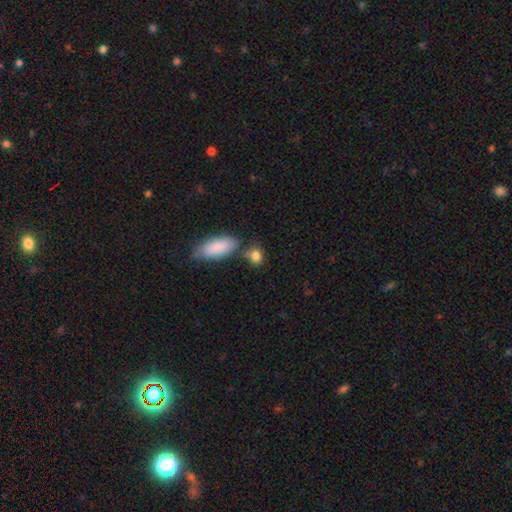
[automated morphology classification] A smooth galaxy with no disk features (84%) that is in between round and cigar-shaped (59%).

Vote fractions:
- Smooth or featured? smooth: 84% / star or artifact: 8% / featured or disk: 7%
- How rounded? in between: 59% / round: 36% / cigar-shaped: 5%
- Merging? none: 60% / merger: 19% / minor disturbance: 16% / major disturbance: 5%